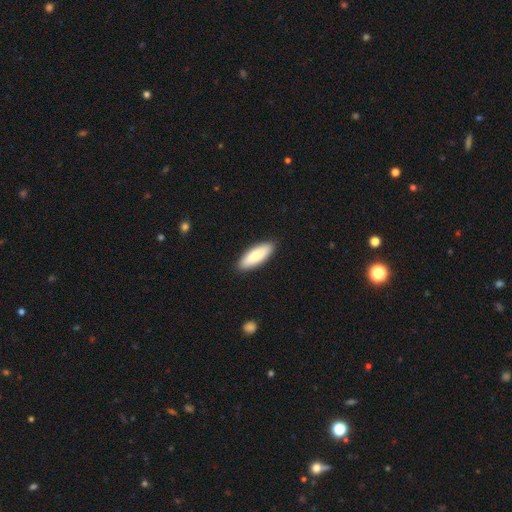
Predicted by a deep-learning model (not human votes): This appears to be a smooth galaxy with no disk features (84%) that is in between round and cigar-shaped (66%). Merging: none (90%).